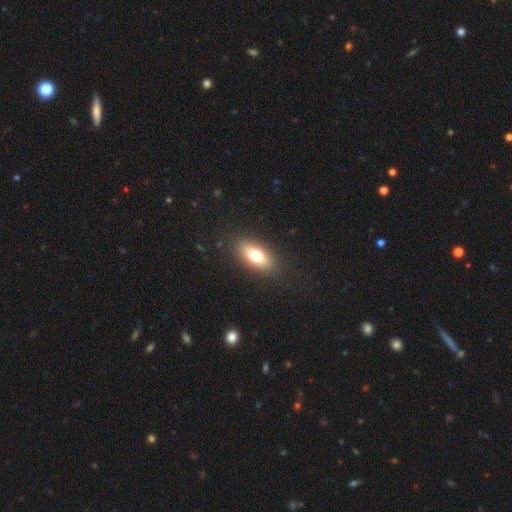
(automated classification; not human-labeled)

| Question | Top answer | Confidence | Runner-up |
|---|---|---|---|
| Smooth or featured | smooth | 72% | featured or disk (20%) |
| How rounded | in between | 84% | cigar-shaped (12%) |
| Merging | none | 88% | minor disturbance (8%) |